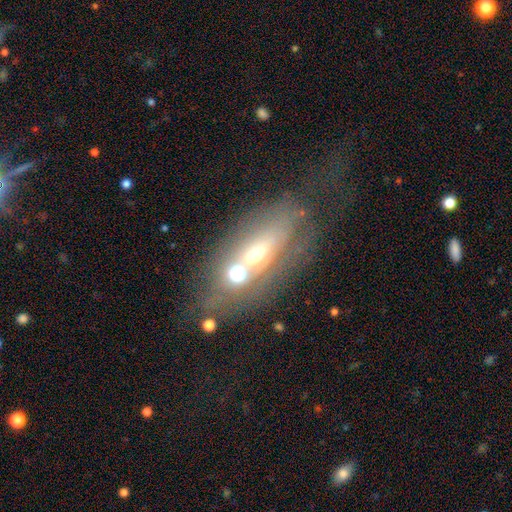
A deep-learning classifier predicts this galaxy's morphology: Smooth or featured? featured or disk (50%)
Merging? merger (36%)